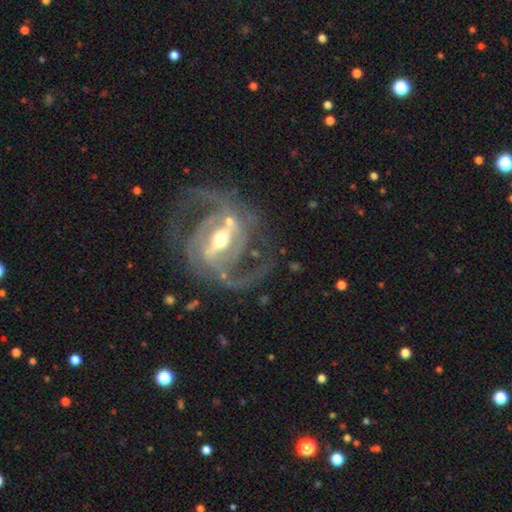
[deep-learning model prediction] A featured or disk galaxy (91%) with a strong bar (66%), 2 (75%) medium (52%) spiral arms (97%) and a moderate central bulge (52%). Merging: none (75%).